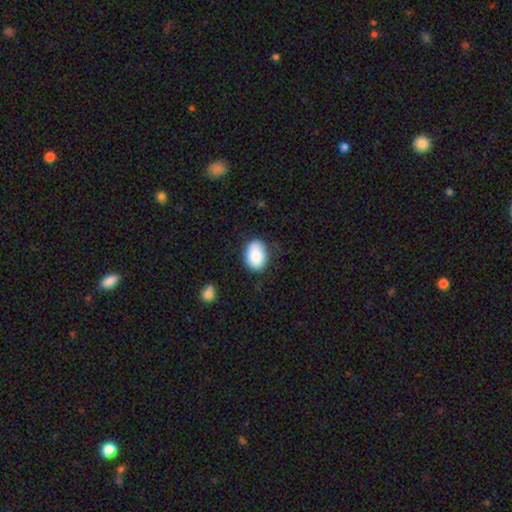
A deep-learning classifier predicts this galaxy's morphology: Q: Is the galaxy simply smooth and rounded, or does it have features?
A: smooth — 85%.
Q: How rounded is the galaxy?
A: in between — 76%.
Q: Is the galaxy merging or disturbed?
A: none — 75%.